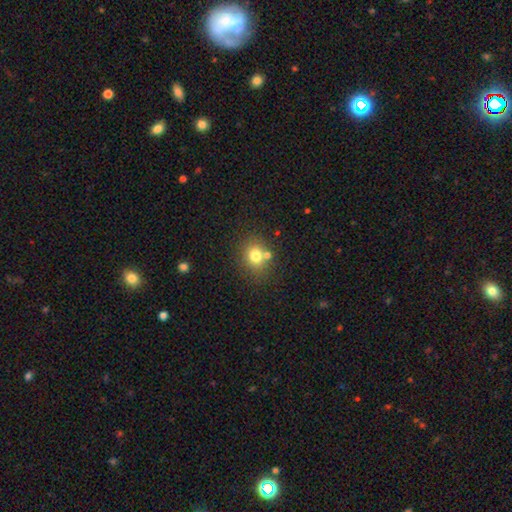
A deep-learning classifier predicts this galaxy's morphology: smooth-or-featured: smooth: 75% | star or artifact: 13% | featured or disk: 11%
  how-rounded: round: 70% | in between: 29% | cigar-shaped: 1%
  merging: none: 67% | merger: 18% | minor disturbance: 11% | major disturbance: 4%